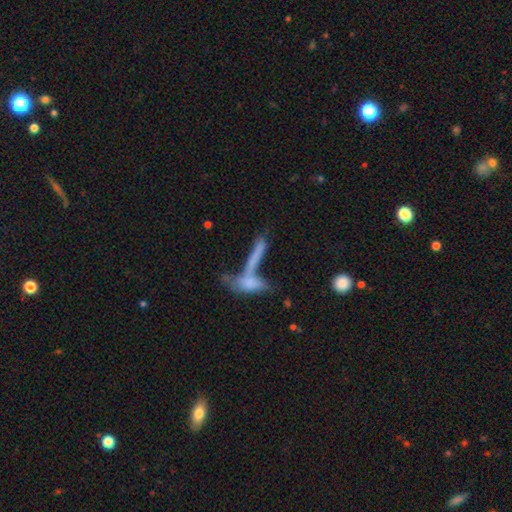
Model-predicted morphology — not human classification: A smooth galaxy with no disk features (60%) that is cigar-shaped (72%).

Vote fractions:
- Smooth or featured? smooth: 60% / featured or disk: 29% / star or artifact: 11%
- How rounded? cigar-shaped: 72% / in between: 25% / round: 4%
- Merging? merger: 52% / none: 29% / minor disturbance: 10% / major disturbance: 9%